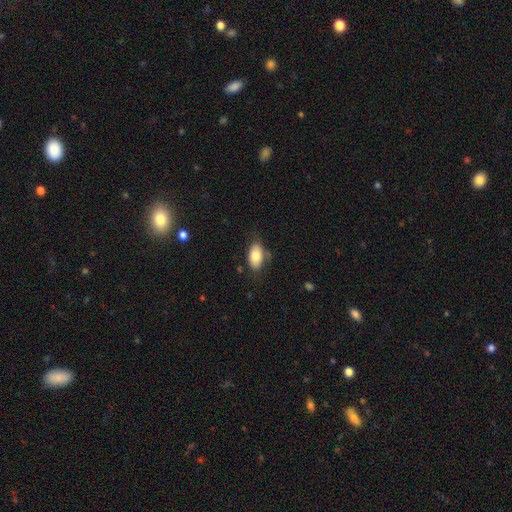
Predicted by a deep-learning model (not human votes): This appears to be a smooth galaxy with no disk features (79%) that is in between round and cigar-shaped (93%). Merging: none (67%).